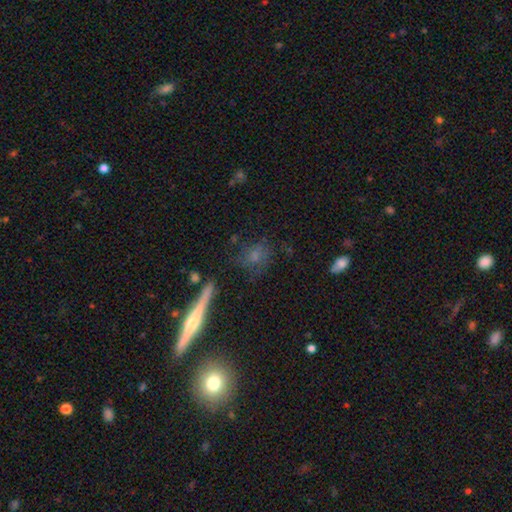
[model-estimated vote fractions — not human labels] A smooth galaxy with no disk features (60%) that is round (52%).

Vote fractions:
- Smooth or featured? smooth: 60% / featured or disk: 24% / star or artifact: 16%
- How rounded? round: 52% / in between: 38% / cigar-shaped: 11%
- Merging? none: 63% / minor disturbance: 19% / major disturbance: 12% / merger: 6%